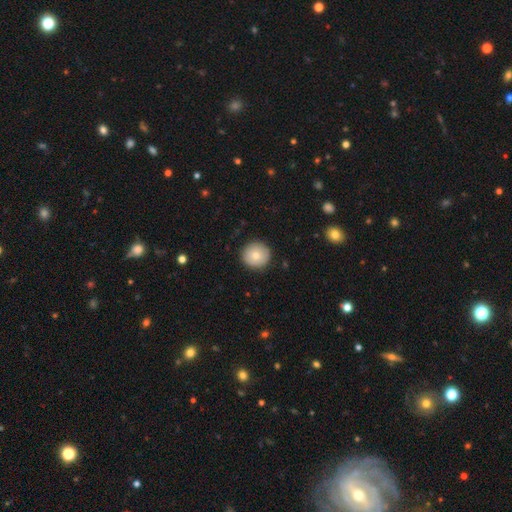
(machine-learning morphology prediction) type=smooth (75%); roundness=round (93%); merging=none (91%).